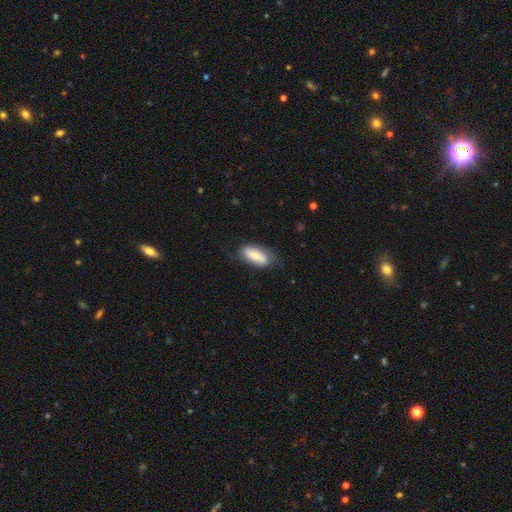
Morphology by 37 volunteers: Volunteers were most divided on "merging": none: 64%, minor disturbance: 22%, major disturbance: 11%, merger: 3%. More confident: smooth or featured — smooth (78%); how rounded — in between (76%).